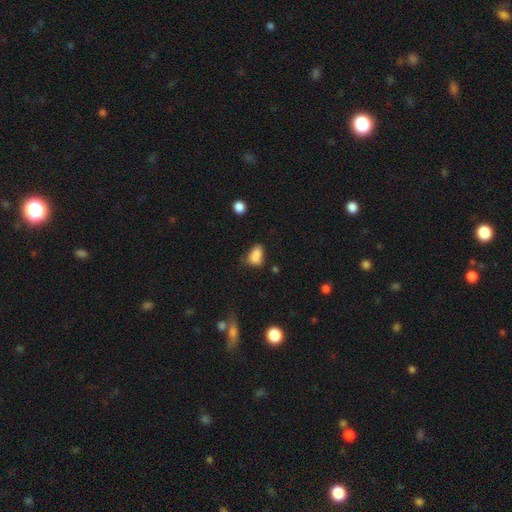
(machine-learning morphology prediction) smooth-or-featured: smooth: 82% | star or artifact: 11% | featured or disk: 7%
  how-rounded: in between: 85% | round: 12% | cigar-shaped: 3%
  merging: none: 49% | minor disturbance: 32% | major disturbance: 11% | merger: 8%